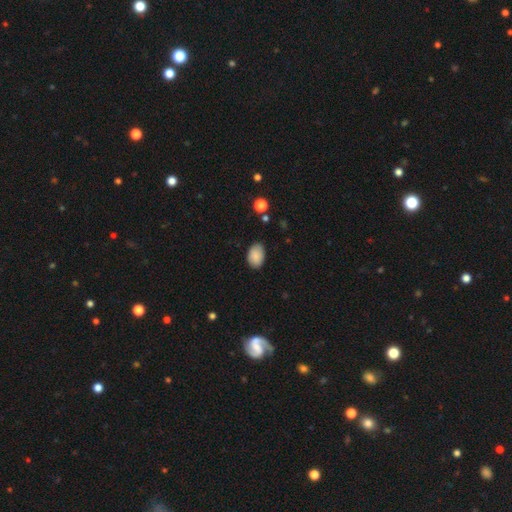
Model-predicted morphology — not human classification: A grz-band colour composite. It shows a smooth galaxy with no disk features (87%) that is in between round and cigar-shaped (86%). Merging: none (82%).